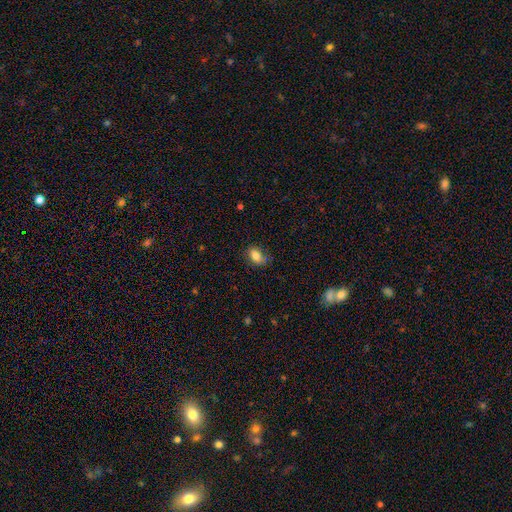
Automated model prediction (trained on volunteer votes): Smooth or featured? Predicted: smooth (p=0.83). How rounded? Predicted: in between (p=0.84). Merging? Predicted: none (p=0.68).